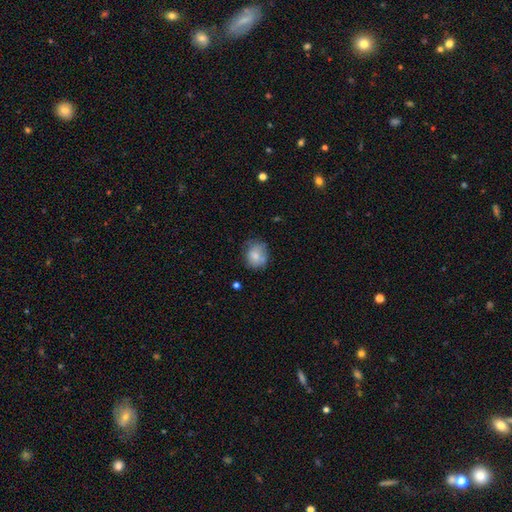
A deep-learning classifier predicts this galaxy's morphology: A smooth galaxy with no disk features (75%) that is round (68%). Merging: none (59%).